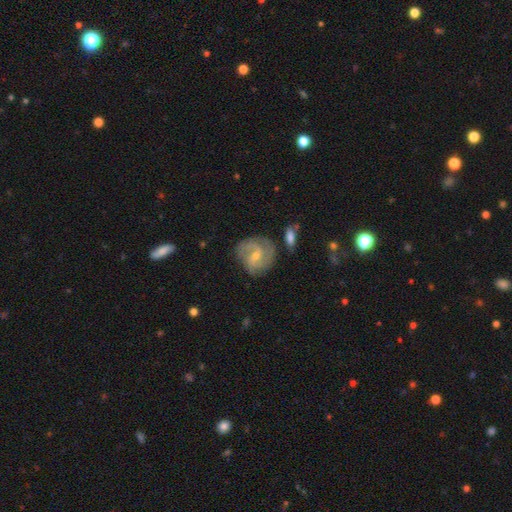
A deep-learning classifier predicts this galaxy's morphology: type=featured or disk (82%); edge-on=no (97%); bar=weak (49%); spiral arms=yes (96%); winding=tight (47%); arm count=2 (48%); bulge=small (58%); merging=none (73%).